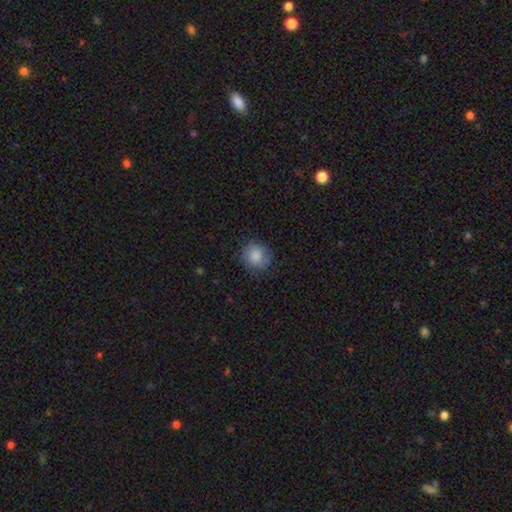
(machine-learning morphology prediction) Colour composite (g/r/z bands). It shows a smooth galaxy with no disk features (80%) that is round (88%). Merging: none (77%).